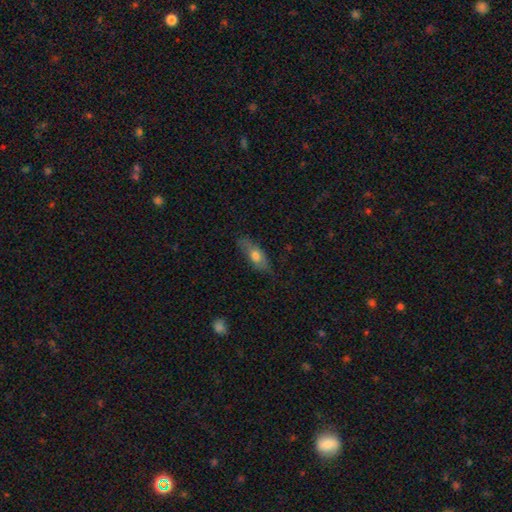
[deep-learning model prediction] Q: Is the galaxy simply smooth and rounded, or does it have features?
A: smooth — 65%.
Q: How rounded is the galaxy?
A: in between — 69%.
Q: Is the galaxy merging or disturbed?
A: none — 64%.